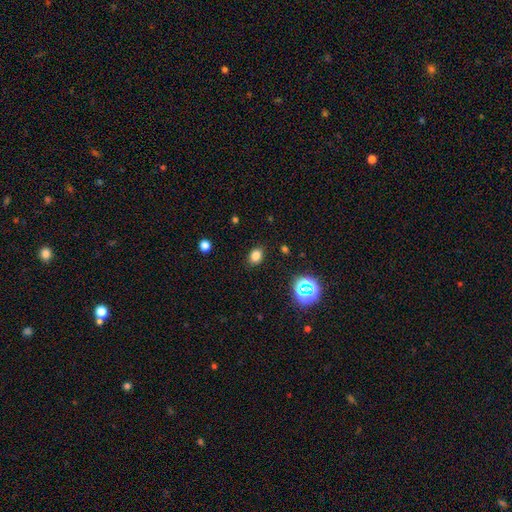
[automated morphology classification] Smooth or featured: smooth — 79% (star or artifact — 16%)
How rounded: in between — 62% (round — 37%)
Merging: none — 86% (minor disturbance — 10%)